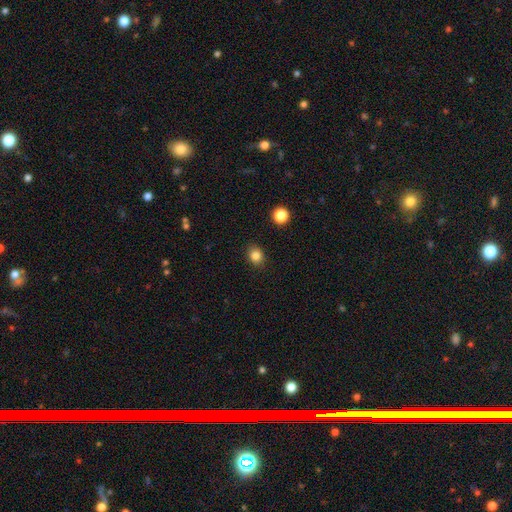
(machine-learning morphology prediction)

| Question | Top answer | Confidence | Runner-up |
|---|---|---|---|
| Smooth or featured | smooth | 84% | star or artifact (12%) |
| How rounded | round | 64% | in between (35%) |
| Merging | none | 87% | minor disturbance (9%) |